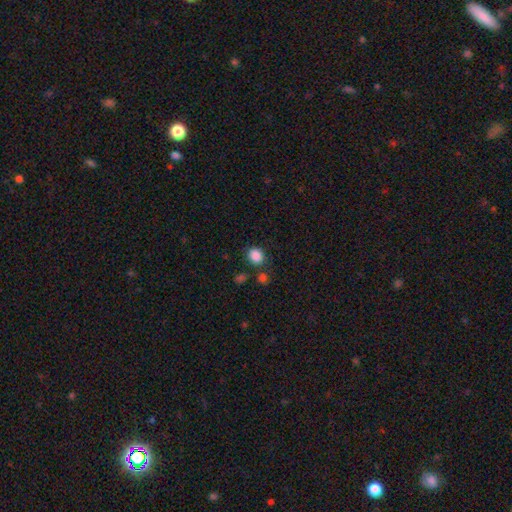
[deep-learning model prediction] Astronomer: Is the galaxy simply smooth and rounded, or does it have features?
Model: smooth — 86%.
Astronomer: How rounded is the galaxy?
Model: round — 64%.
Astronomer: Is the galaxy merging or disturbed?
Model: none — 76%.